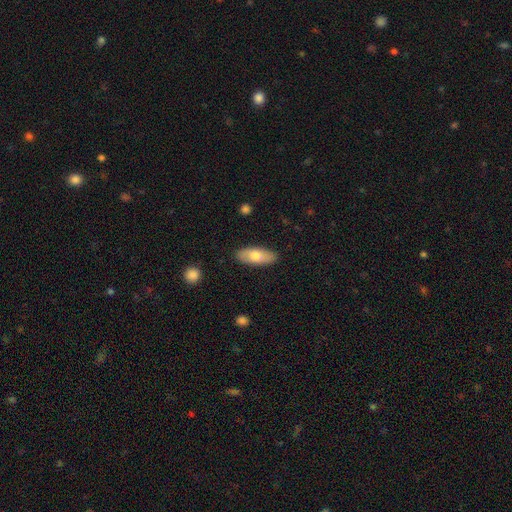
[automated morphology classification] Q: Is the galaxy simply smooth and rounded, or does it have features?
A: smooth — 72%.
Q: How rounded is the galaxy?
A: in between — 82%.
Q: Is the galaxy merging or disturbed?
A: none — 87%.